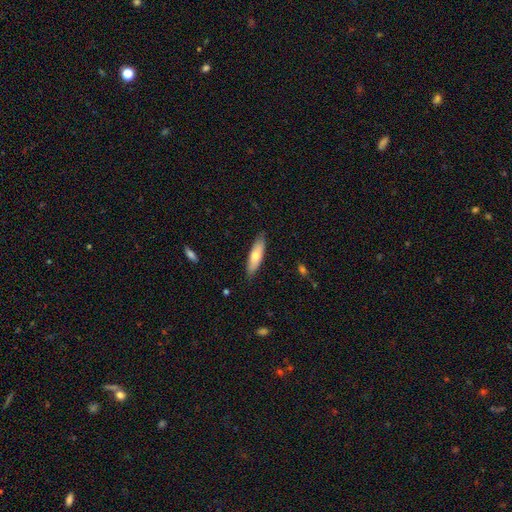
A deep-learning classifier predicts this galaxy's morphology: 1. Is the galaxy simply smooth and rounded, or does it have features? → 66% smooth, 29% featured or disk, 6% star or artifact.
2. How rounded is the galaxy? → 56% cigar-shaped, 42% in between, 2% round.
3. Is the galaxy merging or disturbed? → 85% none, 12% minor disturbance, 2% major disturbance, 1% merger.